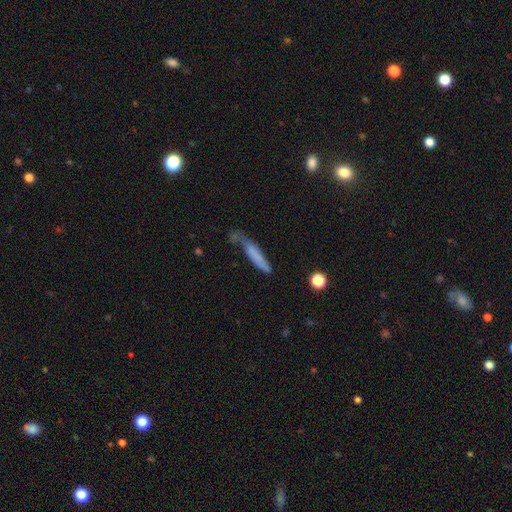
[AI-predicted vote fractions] smooth 67%, featured or disk 25%, star or artifact 9%. Down the decision tree: how rounded — cigar-shaped (89%); merging — none (47%).